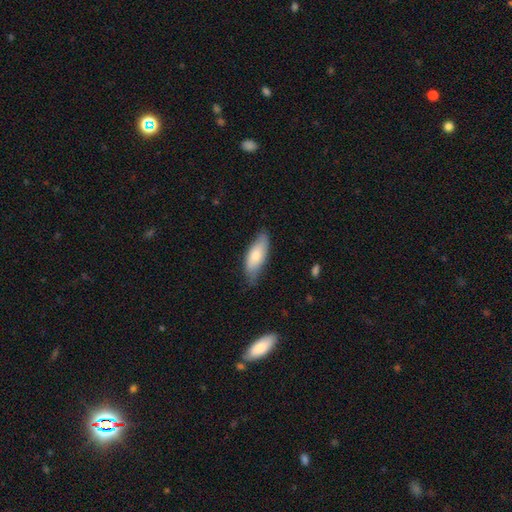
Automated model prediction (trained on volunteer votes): The model was most divided on "merging": none: 69%, minor disturbance: 26%, major disturbance: 4%, merger: 1%. More confident: how rounded — in between (72%); smooth or featured — smooth (72%).